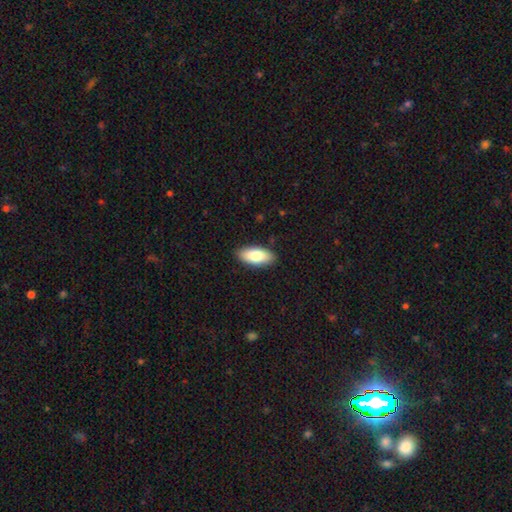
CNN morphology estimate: smooth_or_featured: smooth (p=0.80) [alt: featured or disk p=0.14]
how_rounded: in between (p=0.88) [alt: cigar-shaped p=0.10]
merging: none (p=0.90) [alt: minor disturbance p=0.08]